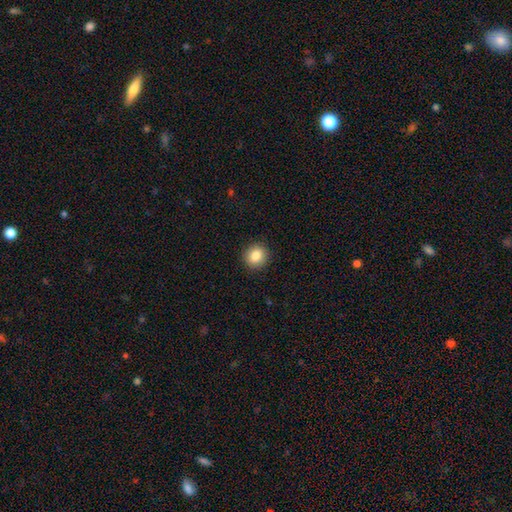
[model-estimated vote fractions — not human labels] The model was most divided on "smooth or featured": smooth: 84%, star or artifact: 9%, featured or disk: 6%. More confident: merging — none (92%); how rounded — round (88%).